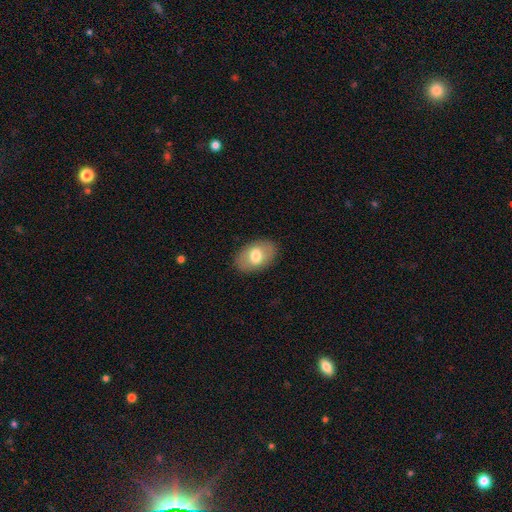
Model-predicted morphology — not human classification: This is likely a smooth galaxy (70%). How rounded: clearly in between (88%). Merging: clearly none (86%).